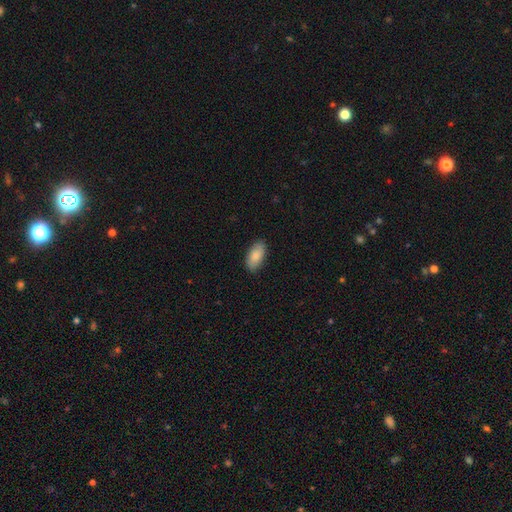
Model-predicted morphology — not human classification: Q: Smooth or featured?
A: smooth (85%); runner-up: featured or disk (9%)
Q: How rounded?
A: in between (94%); runner-up: cigar-shaped (4%)
Q: Merging?
A: none (86%); runner-up: minor disturbance (10%)